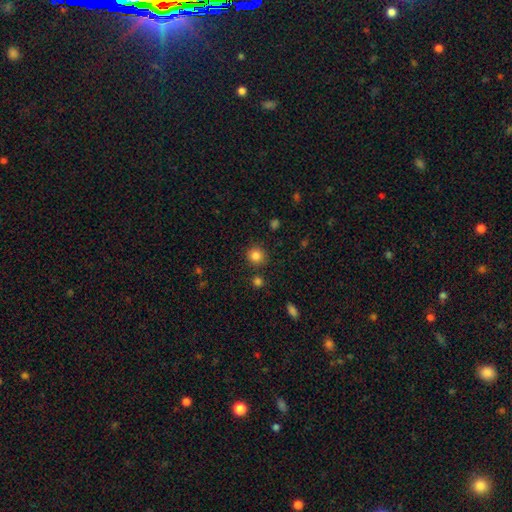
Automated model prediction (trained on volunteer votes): This is clearly a smooth galaxy (84%). How rounded: clearly round (90%). Merging: clearly none (85%).